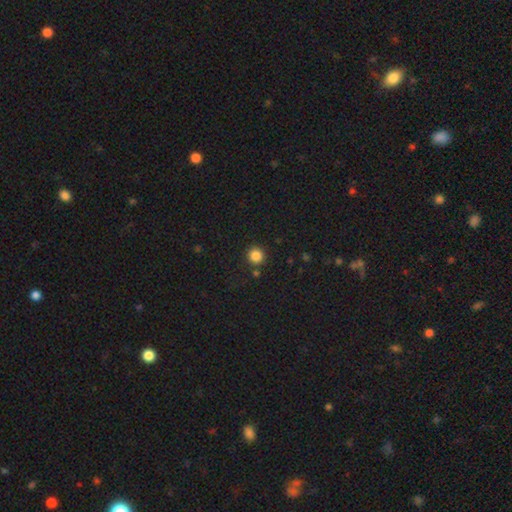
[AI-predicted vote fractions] Q: Smooth or featured?
A: smooth (85%); runner-up: star or artifact (12%)
Q: How rounded?
A: round (94%); runner-up: in between (5%)
Q: Merging?
A: none (88%); runner-up: minor disturbance (6%)